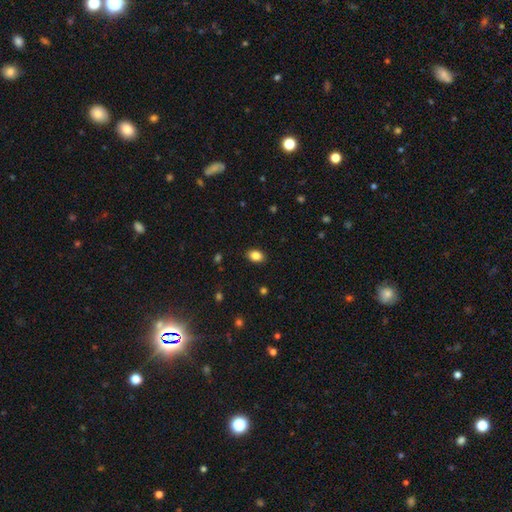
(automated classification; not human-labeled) Smooth or featured?
  - smooth: 85% *
  - star or artifact: 9%
  - featured or disk: 6%
How rounded?
  - in between: 81% *
  - round: 18%
  - cigar-shaped: 1%
Merging?
  - none: 88% *
  - minor disturbance: 9%
  - major disturbance: 2%
  - merger: 1%